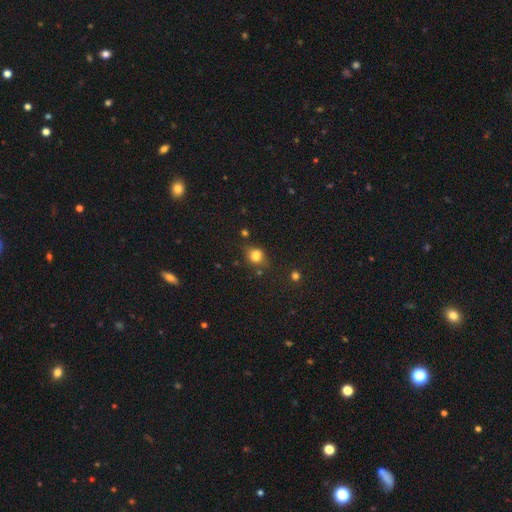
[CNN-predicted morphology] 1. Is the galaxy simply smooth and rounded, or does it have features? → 77% smooth, 14% star or artifact, 10% featured or disk.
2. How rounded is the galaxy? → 53% round, 45% in between, 2% cigar-shaped.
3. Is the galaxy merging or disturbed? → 60% none, 22% minor disturbance, 11% merger, 8% major disturbance.